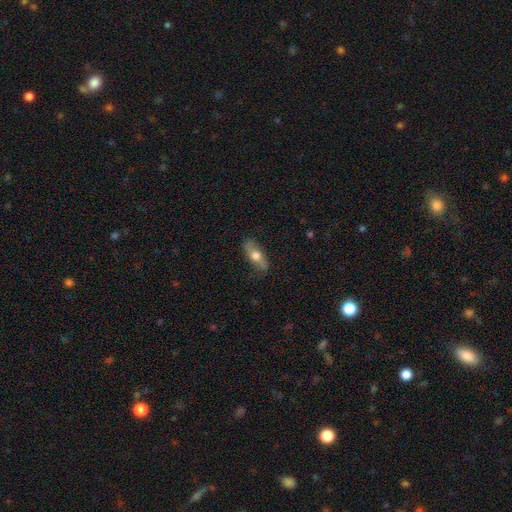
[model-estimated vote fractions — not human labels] smooth_or_featured: smooth (p=0.56) [alt: featured or disk p=0.37]
how_rounded: in between (p=0.68) [alt: cigar-shaped p=0.27]
merging: none (p=0.78) [alt: minor disturbance p=0.17]